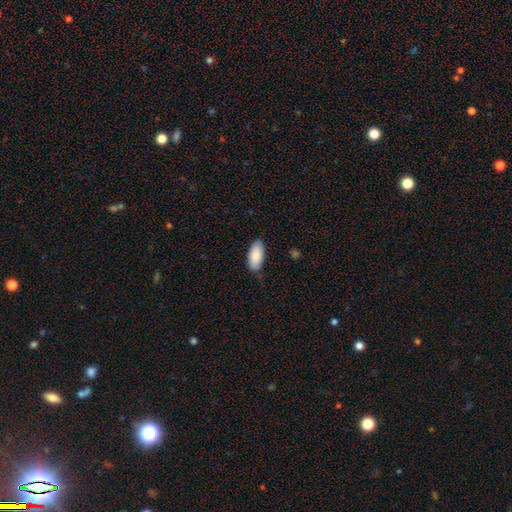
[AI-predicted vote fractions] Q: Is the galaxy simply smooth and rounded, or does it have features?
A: smooth — 88%.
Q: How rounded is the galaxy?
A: in between — 93%.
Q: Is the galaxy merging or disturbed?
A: none — 80%.